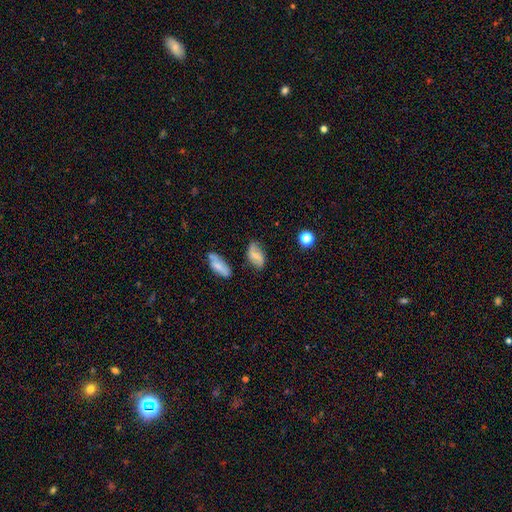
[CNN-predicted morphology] Q: Smooth or featured?
A: smooth (55%); runner-up: featured or disk (36%)
Q: How rounded?
A: in between (89%); runner-up: round (6%)
Q: Merging?
A: none (70%); runner-up: minor disturbance (21%)